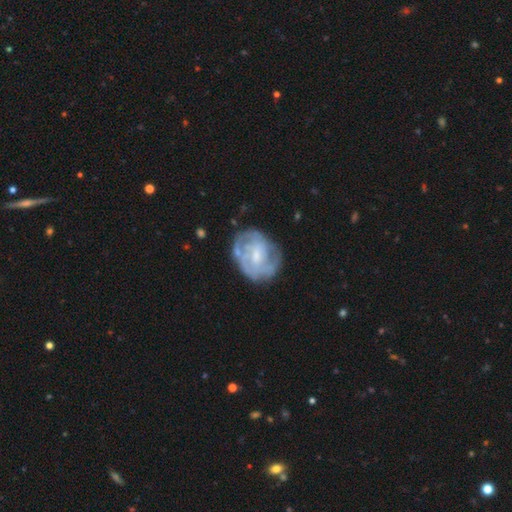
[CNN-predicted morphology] Smooth or featured: featured or disk — 71% (smooth — 22%)
Edge-on disk: no — 98% (yes — 2%)
Bar: no — 50% (weak — 42%)
Spiral arms: yes — 71% (no — 29%)
Bulge size: small — 43% (moderate — 37%)
Merging: none — 64% (minor disturbance — 22%)